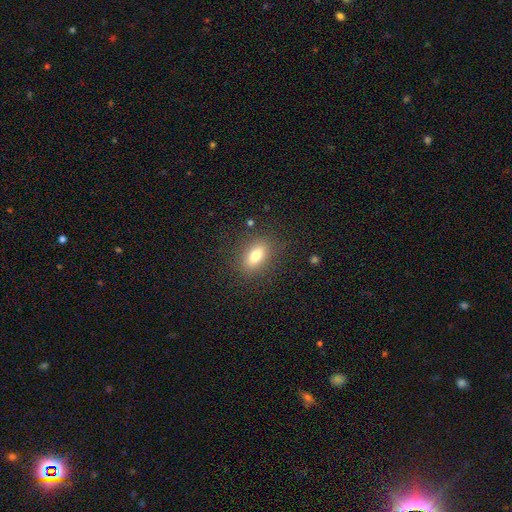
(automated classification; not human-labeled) smooth 76%, featured or disk 14%, star or artifact 10%. Down the decision tree: how rounded — in between (79%); merging — none (84%).